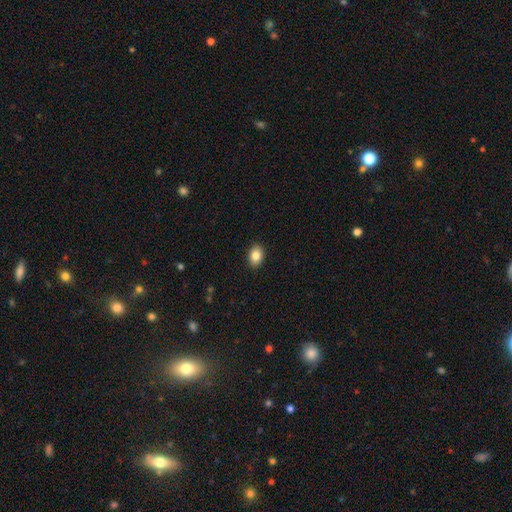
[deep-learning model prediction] Overall: smooth (85%). How rounded: in between (79%). Merging: none (90%).